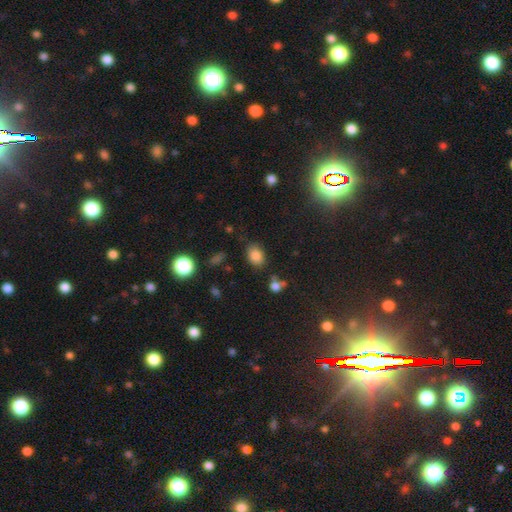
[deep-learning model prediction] Smooth or featured? Predicted: smooth (p=0.83). How rounded? Predicted: in between (p=0.70). Merging? Predicted: none (p=0.76).